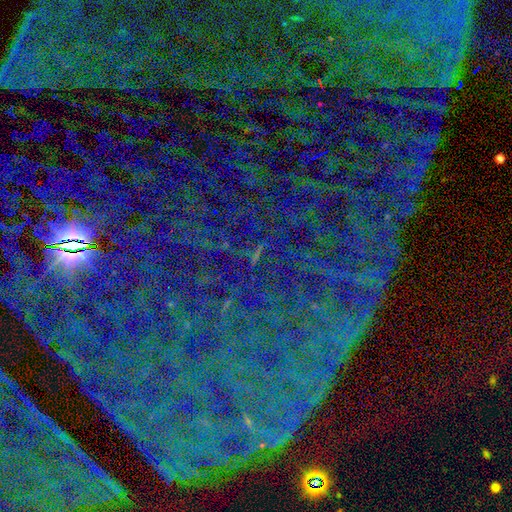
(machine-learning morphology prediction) The model was most divided on "smooth or featured": star or artifact: 84%, smooth: 8%, featured or disk: 8%.